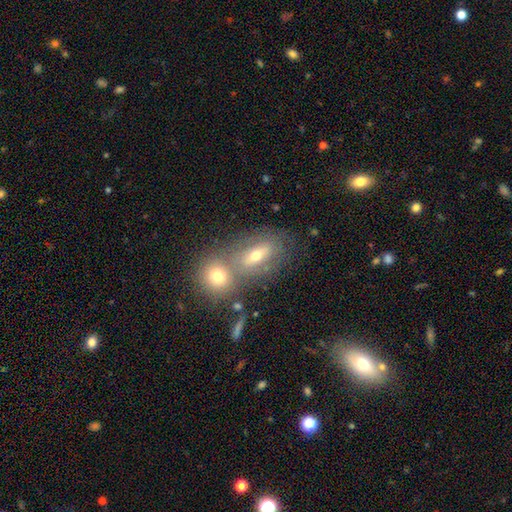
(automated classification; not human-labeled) Smooth or featured? Predicted: smooth (p=0.53). How rounded? Predicted: in between (p=0.72). Merging? Predicted: merger (p=0.46).